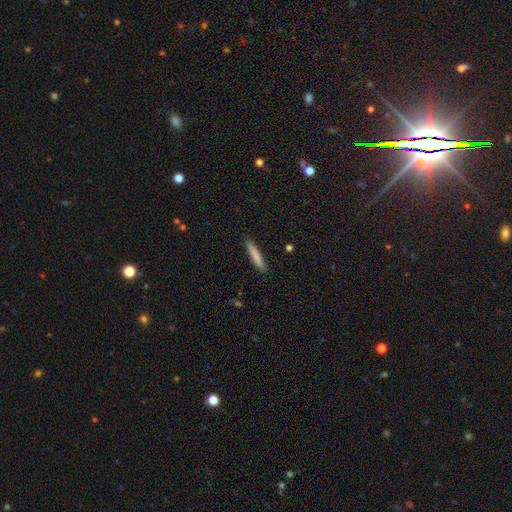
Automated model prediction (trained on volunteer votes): This is clearly a smooth galaxy (83%). How rounded: clearly cigar-shaped (91%). Merging: clearly none (88%).